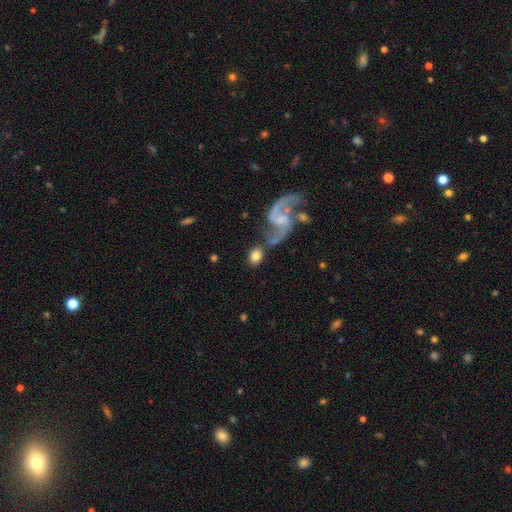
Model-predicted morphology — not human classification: Smooth or featured? smooth (67%)
How rounded? in between (51%)
Merging? none (58%)